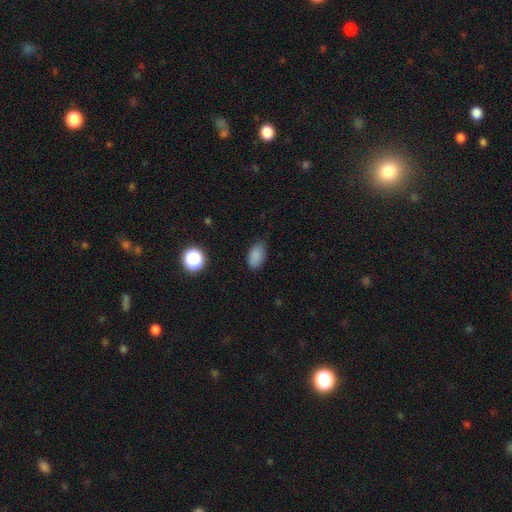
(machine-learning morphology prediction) Smooth or featured? Predicted: smooth (p=0.85). How rounded? Predicted: in between (p=0.90). Merging? Predicted: none (p=0.76).